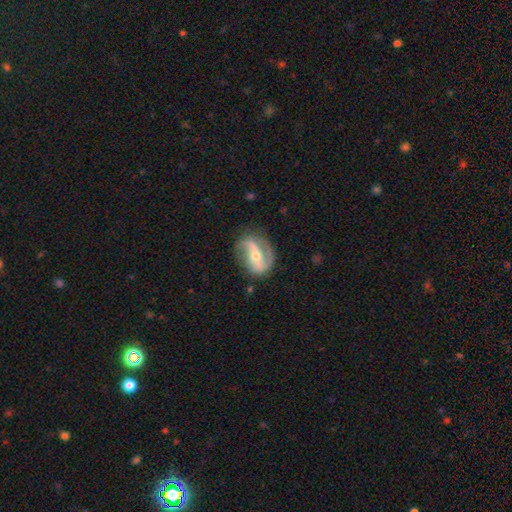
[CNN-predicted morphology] This is clearly a featured or disk galaxy (84%). It is clearly not viewed edge-on (96%). Bar: marginally strong (43%). Spiral arm pattern: clearly yes (93%). Spiral arm count: clearly 2 (86%). Spiral winding: marginally medium (41%). Central bulge: possibly moderate (54%). Merging: likely none (72%).